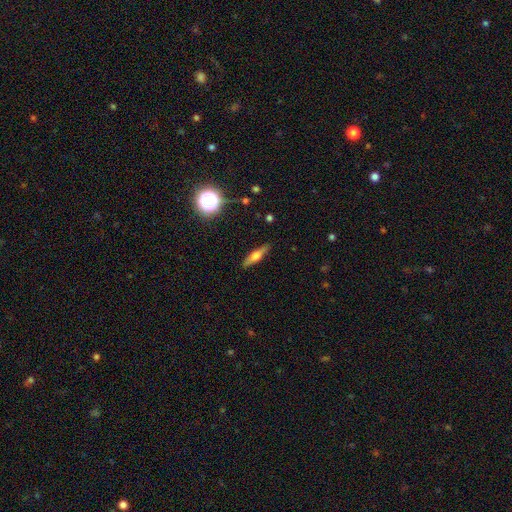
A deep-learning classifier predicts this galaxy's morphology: type=featured or disk (50%); merging=none (88%).